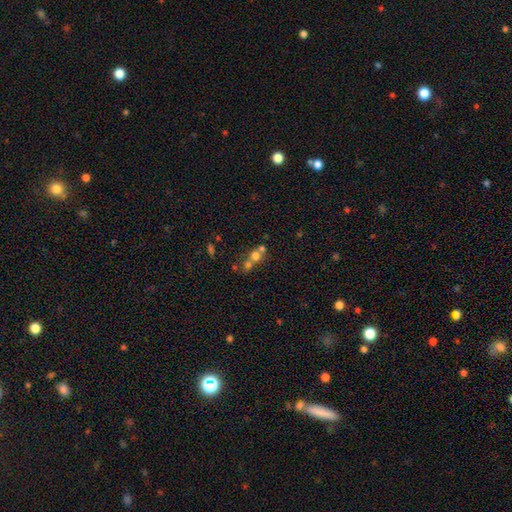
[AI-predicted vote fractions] Smooth or featured? smooth (62%)
How rounded? round (76%)
Merging? merger (58%)